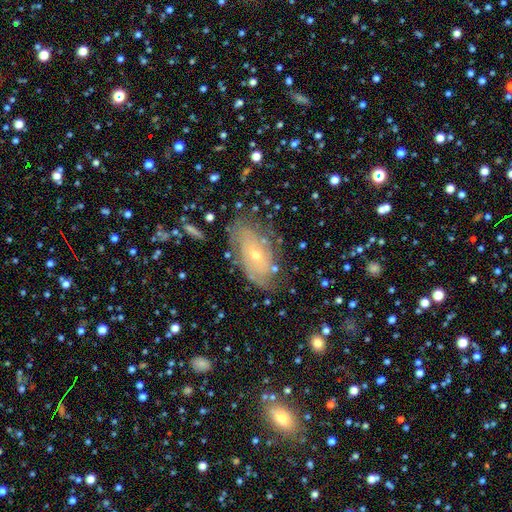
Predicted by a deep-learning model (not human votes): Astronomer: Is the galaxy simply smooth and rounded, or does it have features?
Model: featured or disk — 65%.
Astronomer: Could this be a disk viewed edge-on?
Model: no — 90%.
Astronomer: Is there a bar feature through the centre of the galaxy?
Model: no — 80%.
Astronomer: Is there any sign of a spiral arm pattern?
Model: yes — 77%.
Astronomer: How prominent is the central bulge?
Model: small — 65%.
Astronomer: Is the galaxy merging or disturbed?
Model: none — 72%.